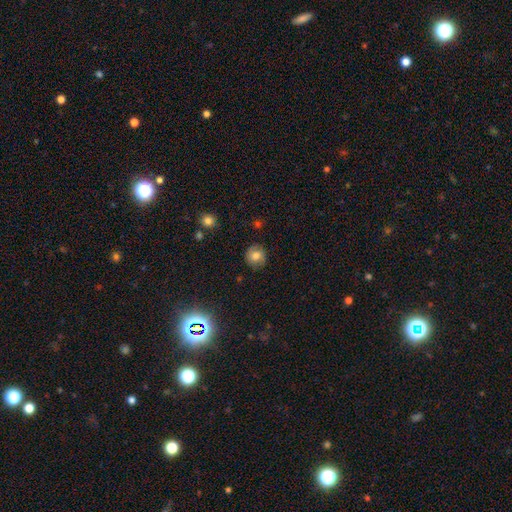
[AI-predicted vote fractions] A smooth galaxy with no disk features (75%) that is round (88%). Merging: none (84%).